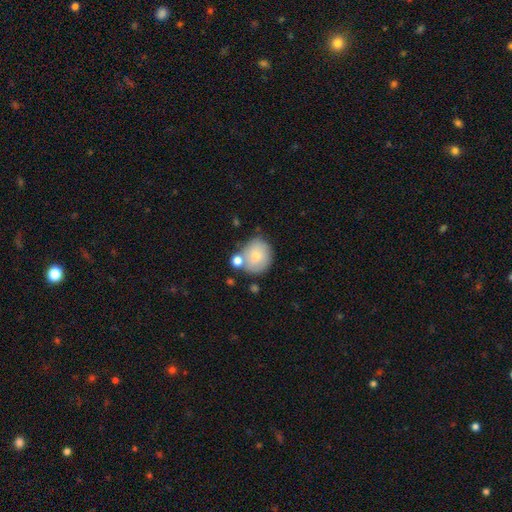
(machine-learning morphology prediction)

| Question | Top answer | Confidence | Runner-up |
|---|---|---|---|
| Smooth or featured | smooth | 77% | featured or disk (16%) |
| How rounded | round | 77% | in between (22%) |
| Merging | none | 57% | merger (21%) |